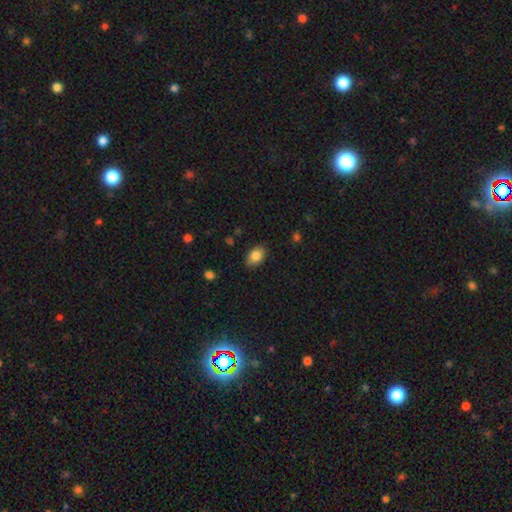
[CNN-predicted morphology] smooth_or_featured: smooth (p=0.84) [alt: star or artifact p=0.08]
how_rounded: in between (p=0.83) [alt: round p=0.15]
merging: none (p=0.86) [alt: minor disturbance p=0.11]